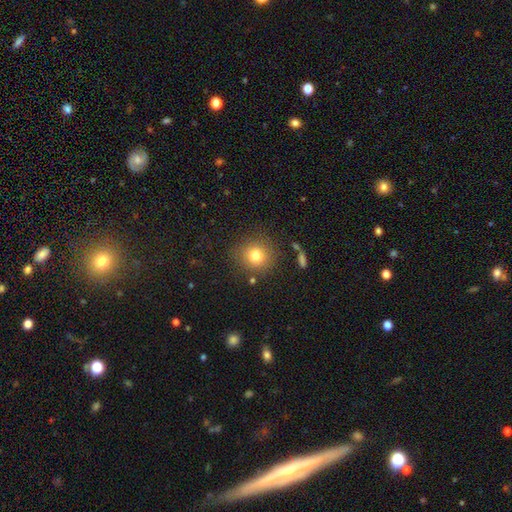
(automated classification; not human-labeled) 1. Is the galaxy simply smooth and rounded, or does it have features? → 78% smooth, 13% star or artifact, 9% featured or disk.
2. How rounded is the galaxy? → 90% round, 9% in between, 1% cigar-shaped.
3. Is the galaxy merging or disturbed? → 84% none, 9% minor disturbance, 4% major disturbance, 3% merger.